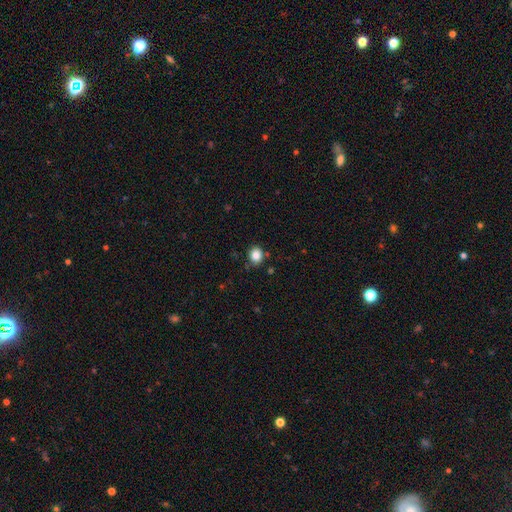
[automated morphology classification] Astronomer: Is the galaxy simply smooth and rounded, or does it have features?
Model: smooth — 85%.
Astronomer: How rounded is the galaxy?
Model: round — 70%.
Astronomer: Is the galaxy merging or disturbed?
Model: none — 85%.